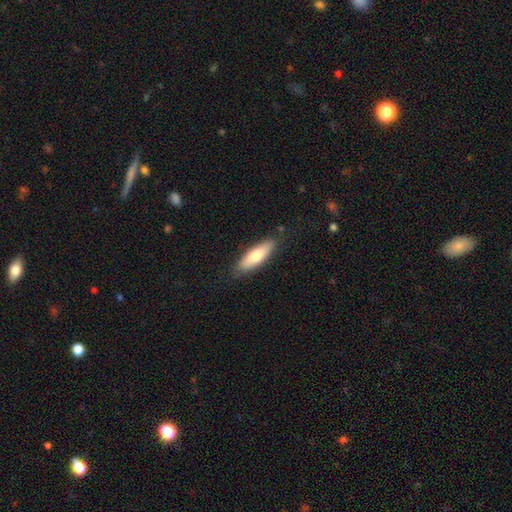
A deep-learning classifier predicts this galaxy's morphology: Overall: smooth (73%). How rounded: cigar-shaped (51%; in between 47%). Merging: none (84%).